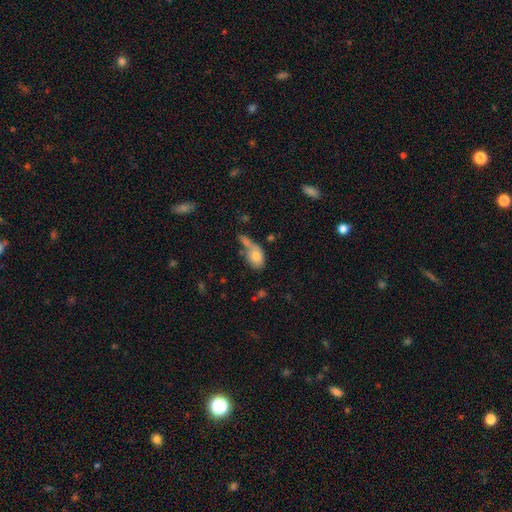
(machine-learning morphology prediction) Q: Smooth or featured?
A: smooth (75%); runner-up: featured or disk (17%)
Q: How rounded?
A: in between (81%); runner-up: round (16%)
Q: Merging?
A: merger (34%); runner-up: none (32%)